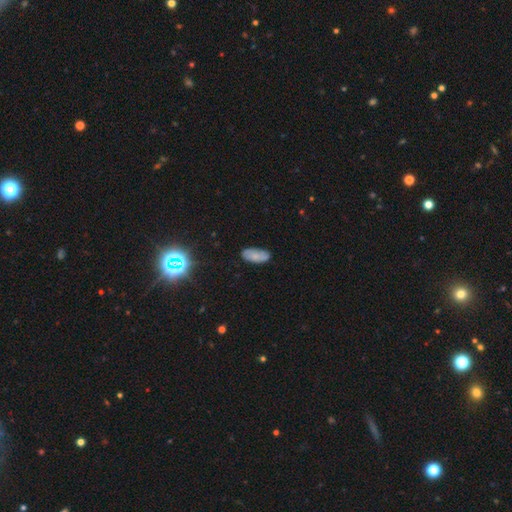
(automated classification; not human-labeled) This appears to be a smooth galaxy with no disk features (68%) that is in between round and cigar-shaped (89%). Merging: none (72%).